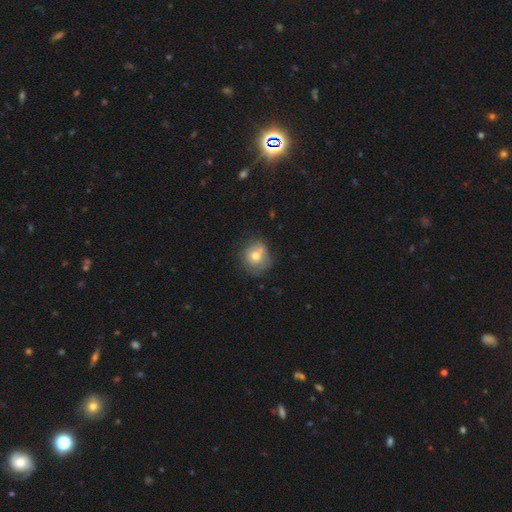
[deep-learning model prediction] A smooth galaxy with no disk features (69%) that is round (81%). Merging: none (59%).